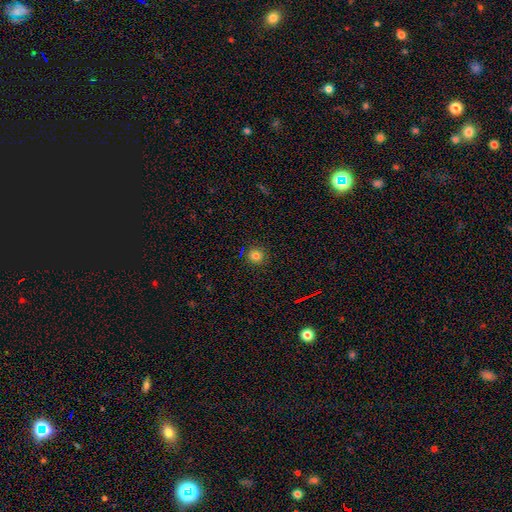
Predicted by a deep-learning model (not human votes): smooth-or-featured: smooth: 80% | star or artifact: 14% | featured or disk: 6%
  how-rounded: round: 91% | in between: 8% | cigar-shaped: 1%
  merging: none: 90% | minor disturbance: 7% | major disturbance: 2% | merger: 1%